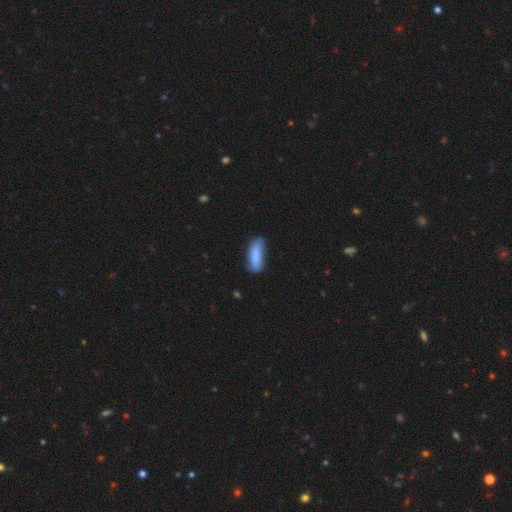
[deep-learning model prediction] This is likely a smooth galaxy (79%). How rounded: likely in between (60%). Merging: likely none (60%).